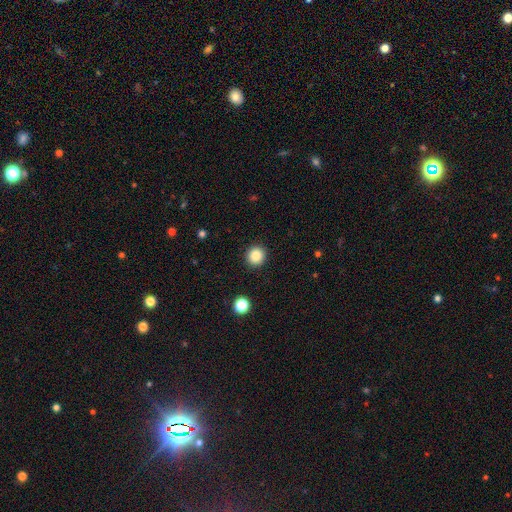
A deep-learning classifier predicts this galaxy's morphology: smooth 86%, star or artifact 10%, featured or disk 4%. Down the decision tree: how rounded — round (92%); merging — none (92%).